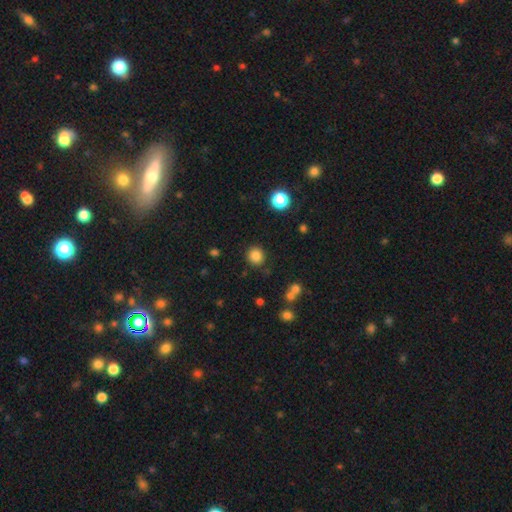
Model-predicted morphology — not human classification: Smooth or featured? smooth (84%)
How rounded? round (89%)
Merging? none (88%)